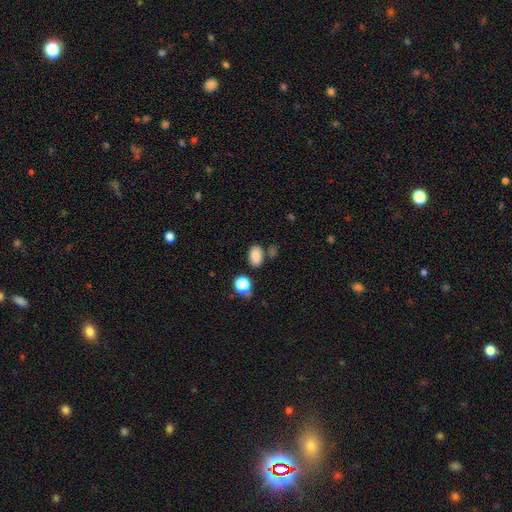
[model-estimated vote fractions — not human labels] smooth_or_featured: smooth (p=0.83) [alt: star or artifact p=0.11]
how_rounded: in between (p=0.82) [alt: round p=0.17]
merging: none (p=0.70) [alt: minor disturbance p=0.15]